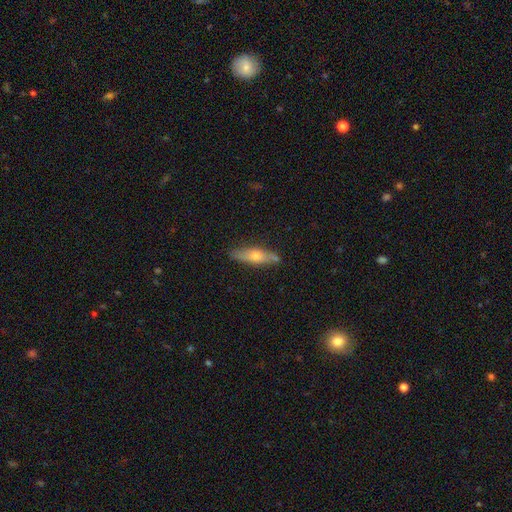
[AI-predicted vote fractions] A featured or disk galaxy (47%).

Vote fractions:
- Smooth or featured? featured or disk: 47% / smooth: 46% / star or artifact: 6%
- Merging? none: 81% / minor disturbance: 14% / merger: 3% / major disturbance: 3%